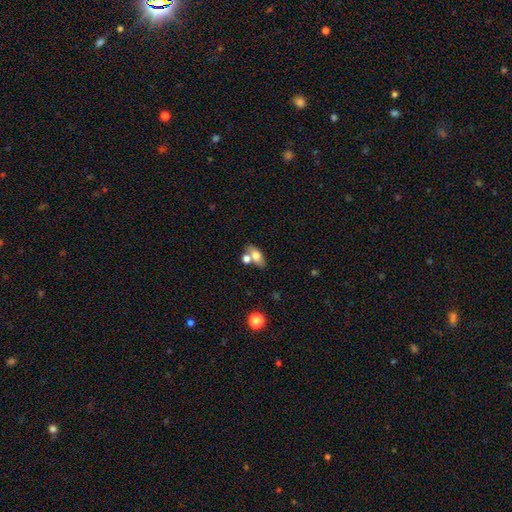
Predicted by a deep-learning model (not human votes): smooth-or-featured: smooth: 69% | featured or disk: 23% | star or artifact: 8%
  how-rounded: in between: 83% | round: 9% | cigar-shaped: 8%
  merging: none: 55% | merger: 29% | minor disturbance: 12% | major disturbance: 4%